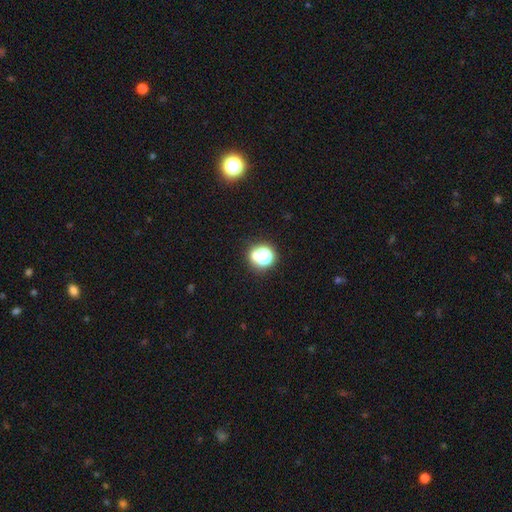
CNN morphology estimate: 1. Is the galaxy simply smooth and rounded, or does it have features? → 45% smooth (tied), 45% star or artifact (tied), 10% featured or disk.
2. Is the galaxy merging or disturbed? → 72% none, 11% minor disturbance, 10% merger, 7% major disturbance.